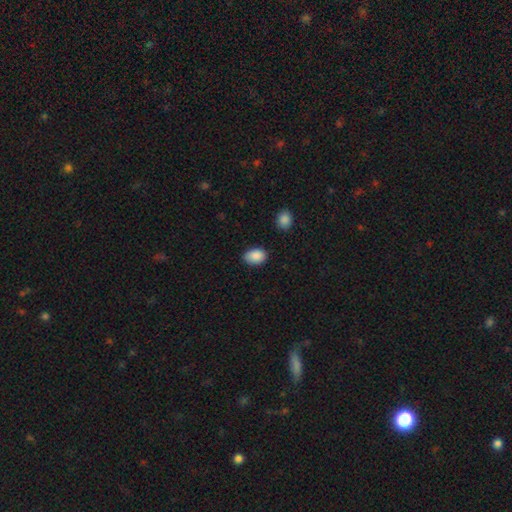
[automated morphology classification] The model was most divided on "merging": none: 80%, minor disturbance: 15%, major disturbance: 3%, merger: 2%. More confident: smooth or featured — smooth (89%); how rounded — in between (84%).